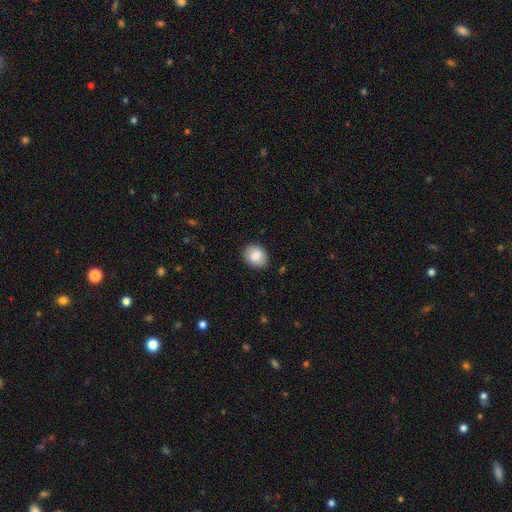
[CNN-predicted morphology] This appears to be a smooth galaxy with no disk features (86%) that is in between round and cigar-shaped (50%). Merging: none (87%).